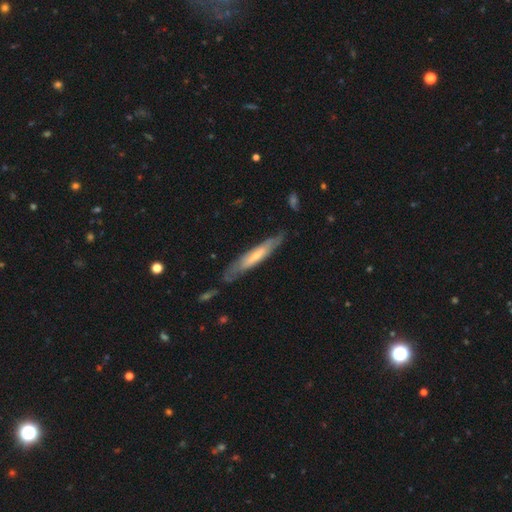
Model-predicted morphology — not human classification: Smooth or featured?
  - featured or disk: 53% *
  - smooth: 42%
  - star or artifact: 5%
Edge-on disk?
  - yes: 68% *
  - no: 32%
Merging?
  - none: 74% *
  - minor disturbance: 19%
  - major disturbance: 5%
  - merger: 2%